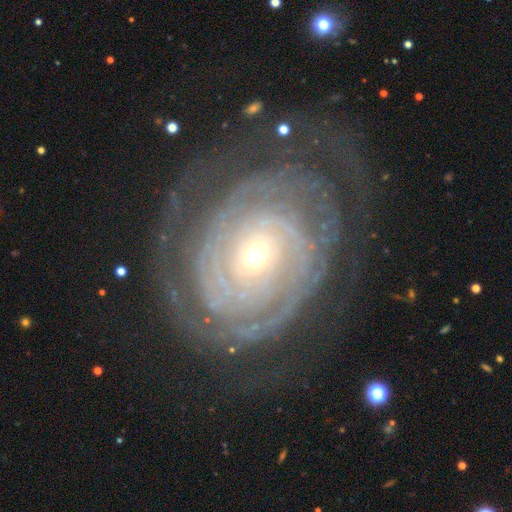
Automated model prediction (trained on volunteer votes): smooth-or-featured: featured or disk: 90% | star or artifact: 5% | smooth: 5%
  disk-edge-on: no: 96% | yes: 4%
    bar: no: 72% | weak: 19% | strong: 9%
    has-spiral-arms: yes: 96% | no: 4%
      spiral-winding: tight: 83% | medium: 13% | loose: 4%
      spiral-arm-count: can't tell: 32% | 2: 23% | 3: 13% | more than 4: 12% | 4: 12% | 1: 7%
    bulge-size: small: 57% | moderate: 39% | large: 3% | dominant: 1% | none: 1%
  merging: none: 71% | minor disturbance: 16% | major disturbance: 12% | merger: 1%